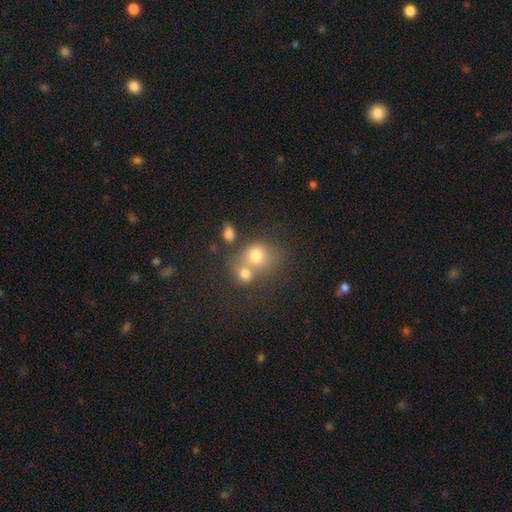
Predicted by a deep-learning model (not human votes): Q: Smooth or featured?
A: smooth (72%); runner-up: featured or disk (15%)
Q: How rounded?
A: round (69%); runner-up: in between (30%)
Q: Merging?
A: merger (52%); runner-up: none (34%)